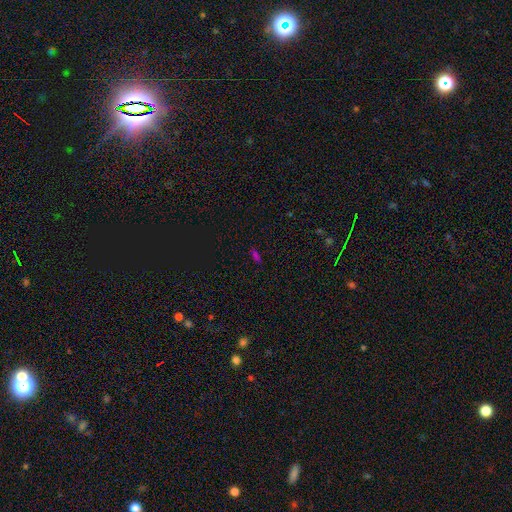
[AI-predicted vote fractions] Morphology: type=smooth (63%); roundness=in between (58%); merging=none (83%).